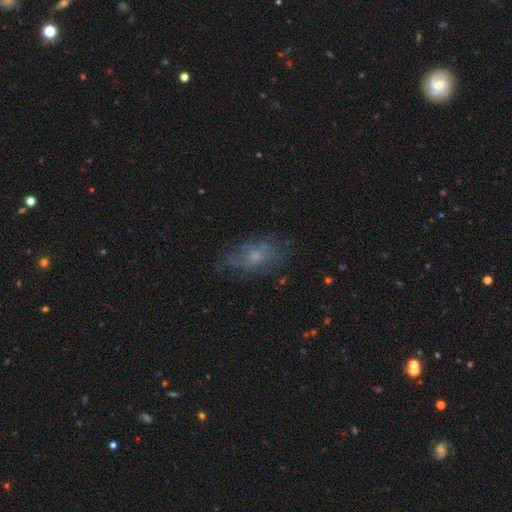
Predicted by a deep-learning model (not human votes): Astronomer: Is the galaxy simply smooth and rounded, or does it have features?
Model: featured or disk — 49% (runner-up: smooth, 39%).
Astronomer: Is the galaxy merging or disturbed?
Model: none — 61%.